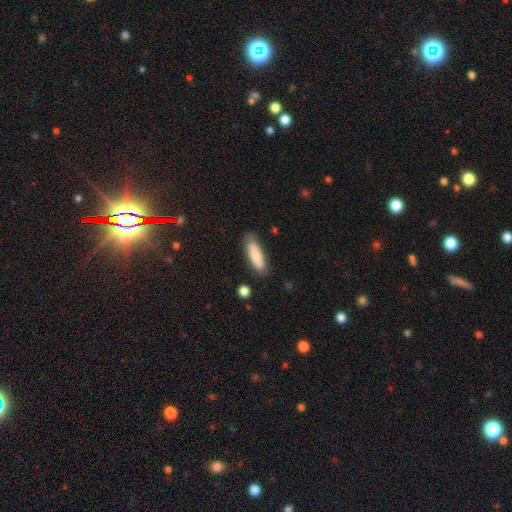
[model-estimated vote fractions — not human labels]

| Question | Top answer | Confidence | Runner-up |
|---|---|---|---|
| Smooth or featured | smooth | 73% | featured or disk (21%) |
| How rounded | cigar-shaped | 50% | in between (48%) |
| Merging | none | 78% | minor disturbance (16%) |